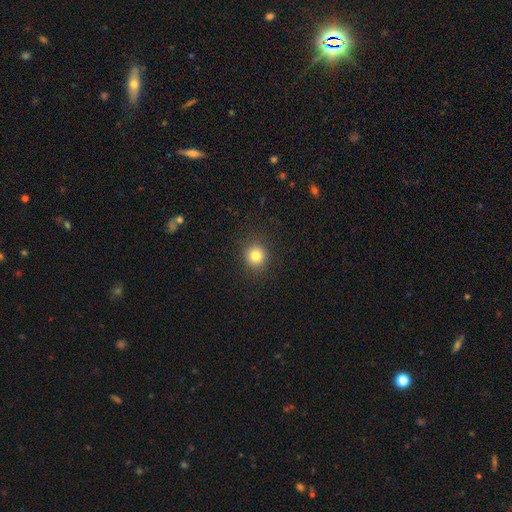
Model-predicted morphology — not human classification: This appears to be a smooth galaxy with no disk features (81%) that is round (89%). Merging: none (90%).